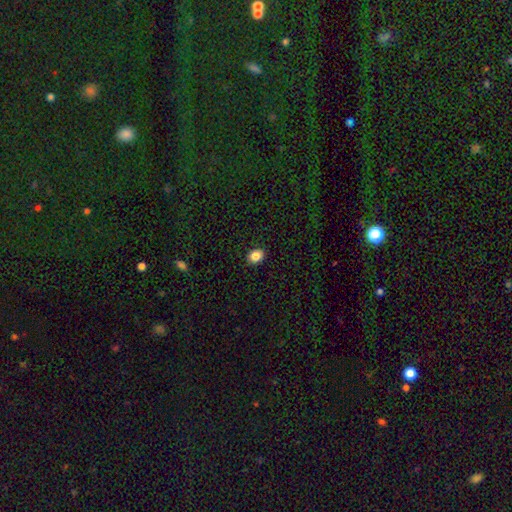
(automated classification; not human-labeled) This appears to be a smooth galaxy with no disk features (87%) that is in between round and cigar-shaped (67%). Merging: none (90%).